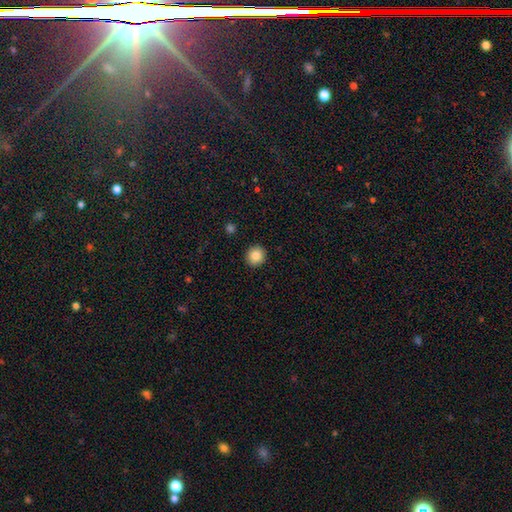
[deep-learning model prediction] Morphology: type=smooth (86%); roundness=round (90%); merging=none (92%).